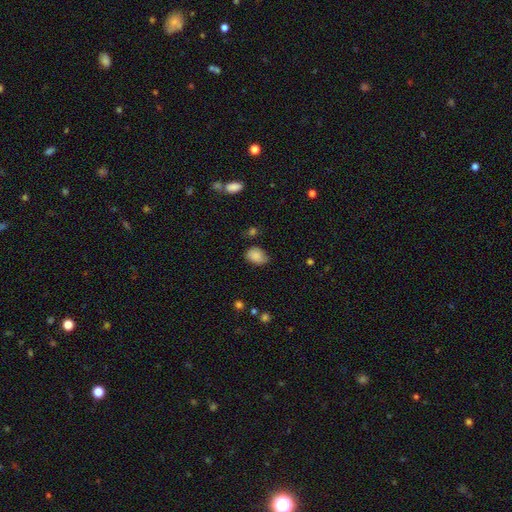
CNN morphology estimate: Overall: smooth (84%). How rounded: in between (78%). Merging: none (58%; minor disturbance 32%).